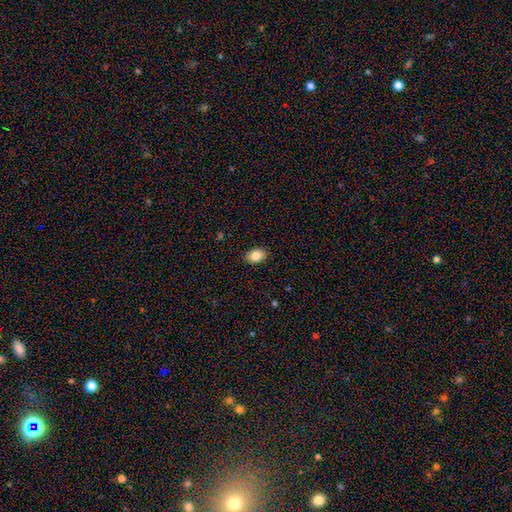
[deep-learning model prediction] This appears to be a smooth galaxy with no disk features (86%) that is in between round and cigar-shaped (84%). Merging: none (89%).